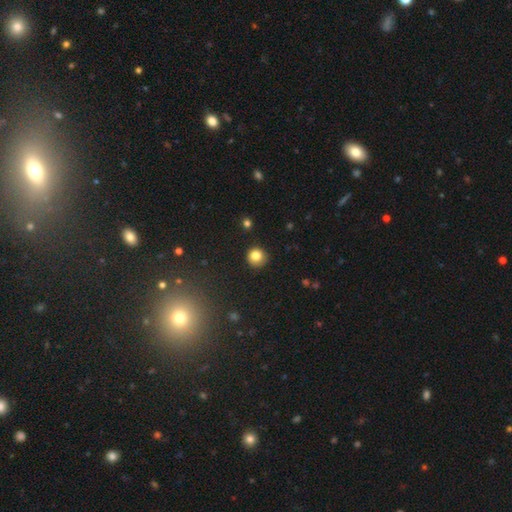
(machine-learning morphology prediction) type=smooth (82%); roundness=round (93%); merging=none (89%).